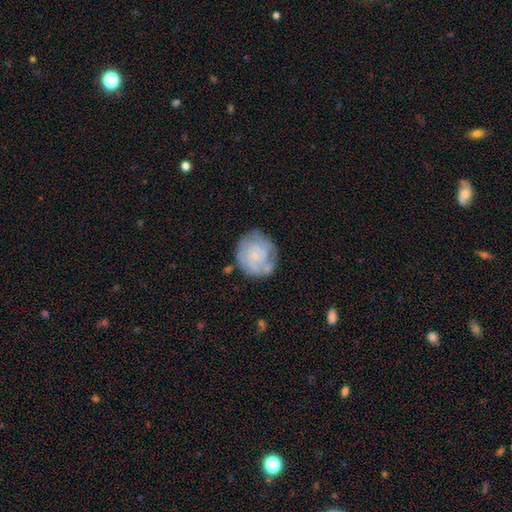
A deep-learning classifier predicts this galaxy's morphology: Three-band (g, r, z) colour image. It shows a featured or disk galaxy (57%) with no bar (79%), spiral arms (74%) and a small central bulge (59%). Merging: none (62%).